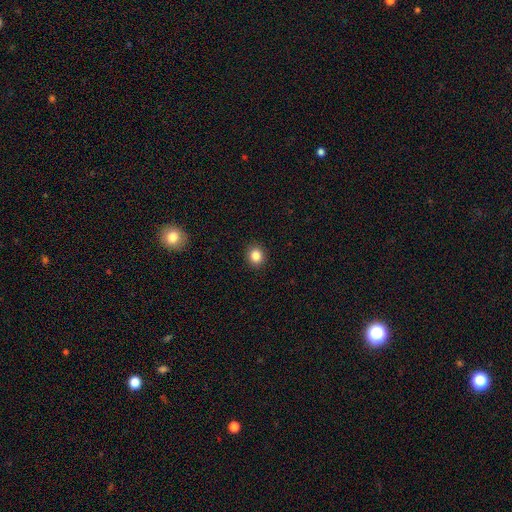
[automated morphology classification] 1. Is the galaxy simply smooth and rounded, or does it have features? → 85% smooth, 10% star or artifact, 5% featured or disk.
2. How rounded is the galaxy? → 80% round, 19% in between, 1% cigar-shaped.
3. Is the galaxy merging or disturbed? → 92% none, 5% minor disturbance, 2% major disturbance, 1% merger.